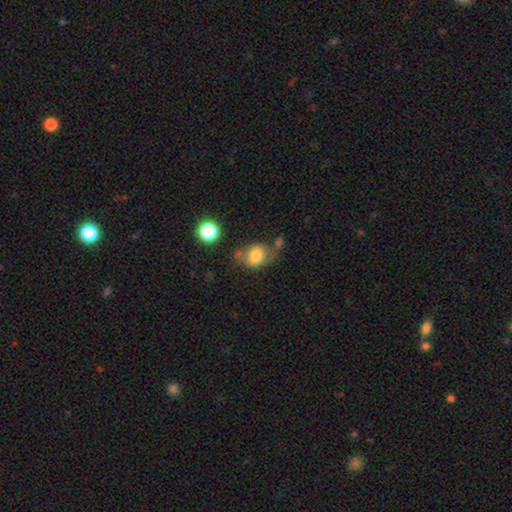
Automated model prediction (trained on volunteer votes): smooth 74%, featured or disk 16%, star or artifact 10%. Down the decision tree: how rounded — in between (58%); merging — none (46%).